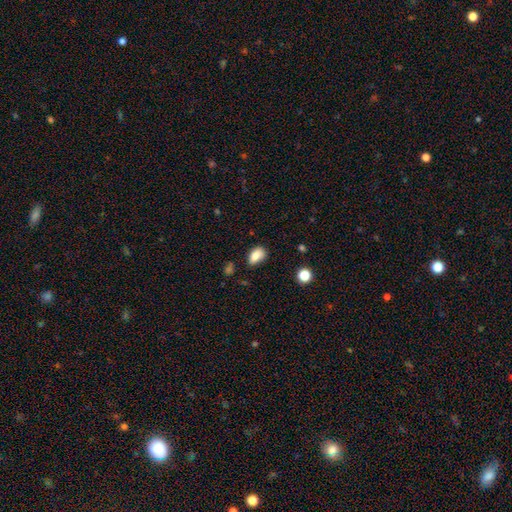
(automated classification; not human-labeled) Morphology: type=smooth (84%); roundness=in between (88%); merging=none (64%).